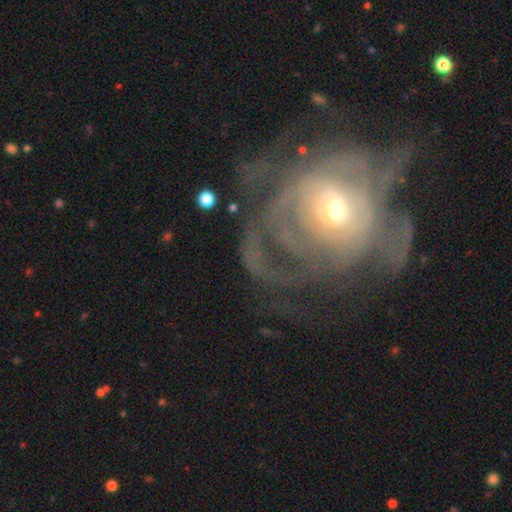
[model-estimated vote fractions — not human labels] Smooth or featured?
  - featured or disk: 78% *
  - smooth: 12%
  - star or artifact: 10%
Edge-on disk?
  - no: 96% *
  - yes: 4%
Bar?
  - no: 69% *
  - weak: 23%
  - strong: 8%
Spiral arms?
  - yes: 73% *
  - no: 27%
Spiral winding?
  - tight: 56% *
  - medium: 29%
  - loose: 15%
Spiral arm count?
  - can't tell: 54% *
  - 2: 12%
  - 3: 11%
  - 4: 9%
  - more than 4: 8%
  - 1: 6%
Bulge size?
  - small: 57% *
  - moderate: 36%
  - large: 4%
  - none: 1%
  - dominant: 1%
Merging?
  - major disturbance: 38% *
  - none: 35%
  - minor disturbance: 15%
  - merger: 12%